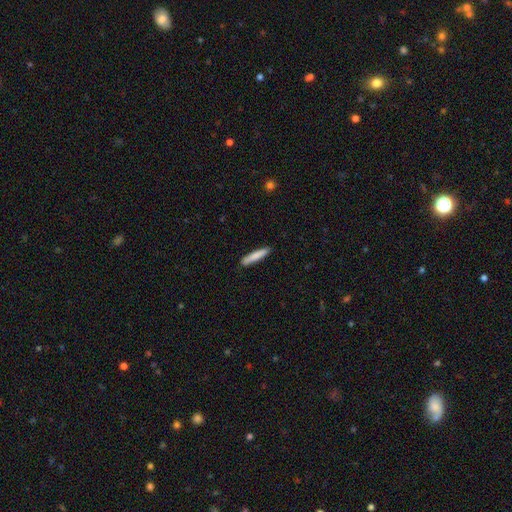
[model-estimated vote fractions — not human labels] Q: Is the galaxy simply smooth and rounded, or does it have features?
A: smooth — 82%.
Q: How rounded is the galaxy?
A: cigar-shaped — 92%.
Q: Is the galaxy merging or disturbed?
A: none — 90%.